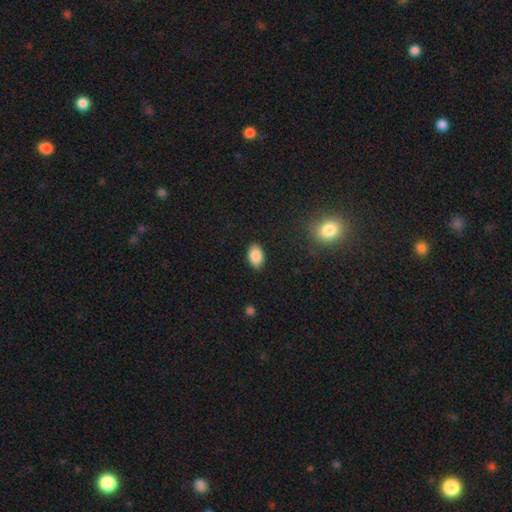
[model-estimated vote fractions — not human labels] smooth 87%, star or artifact 8%, featured or disk 5%. Down the decision tree: how rounded — in between (91%); merging — none (88%).